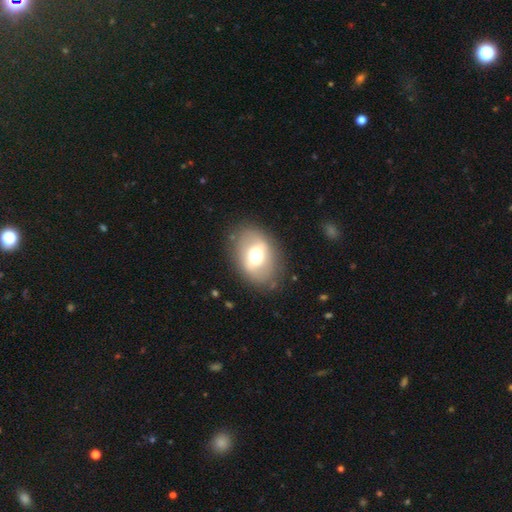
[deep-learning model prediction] Overall: smooth (49%; featured or disk 43%). Merging: none (81%).